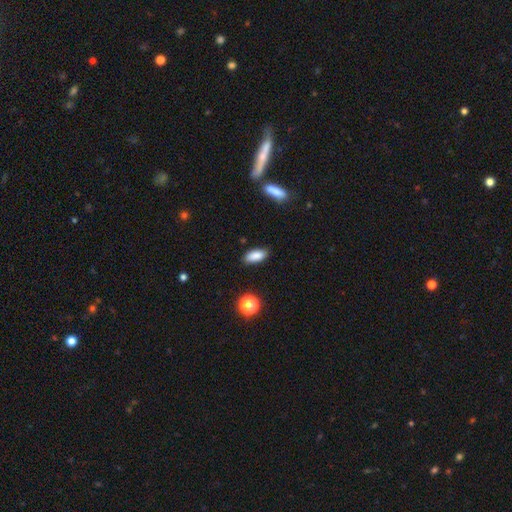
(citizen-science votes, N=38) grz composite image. It shows a smooth galaxy with no disk features (89%) that is in between round and cigar-shaped (79%). Merging: none (83%).